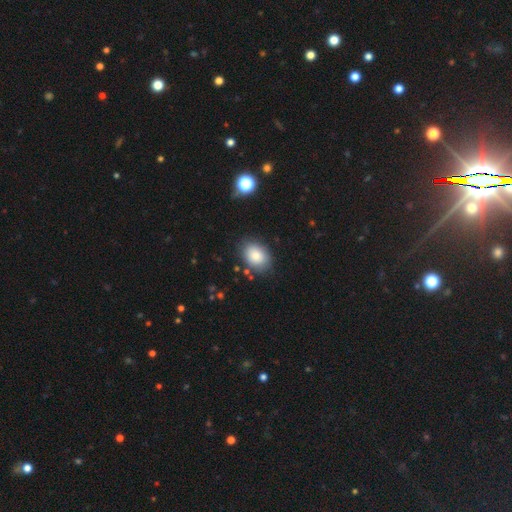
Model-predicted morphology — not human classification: Smooth or featured? Predicted: smooth (p=0.84). How rounded? Predicted: in between (p=0.73). Merging? Predicted: none (p=0.81).